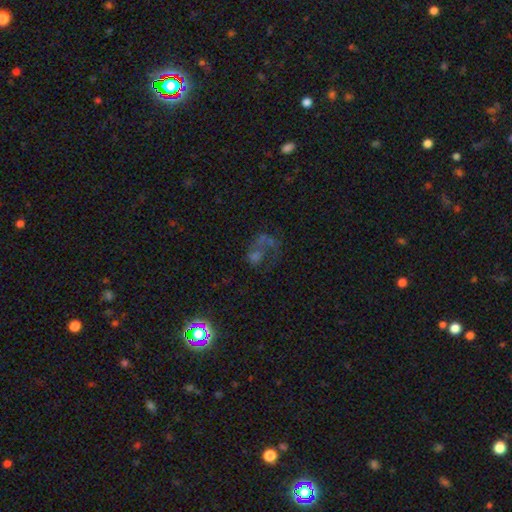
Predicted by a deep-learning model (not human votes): Overall: featured or disk (38%; star or artifact 32%). Merging: major disturbance (38%; none 30%).